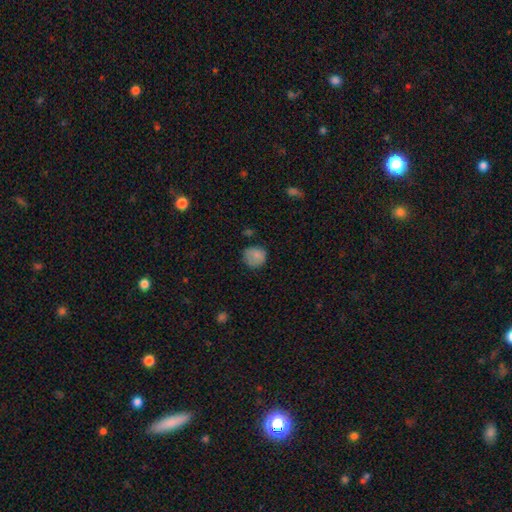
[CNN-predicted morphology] Smooth or featured? Predicted: smooth (p=0.81). How rounded? Predicted: round (p=0.84). Merging? Predicted: none (p=0.65).